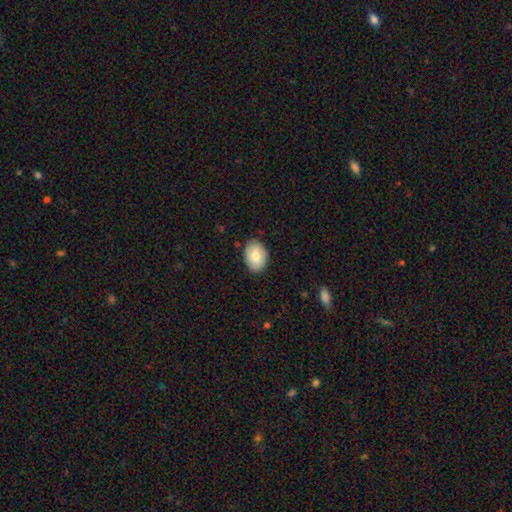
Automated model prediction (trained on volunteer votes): Smooth or featured? smooth (78%)
How rounded? in between (80%)
Merging? none (85%)